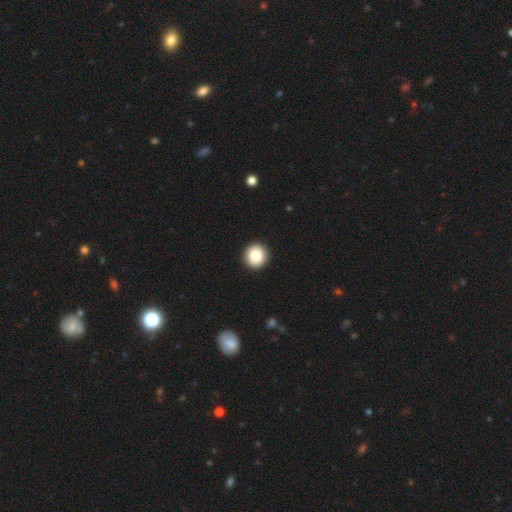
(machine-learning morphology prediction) Smooth or featured? Predicted: smooth (p=0.85). How rounded? Predicted: round (p=0.93). Merging? Predicted: none (p=0.93).